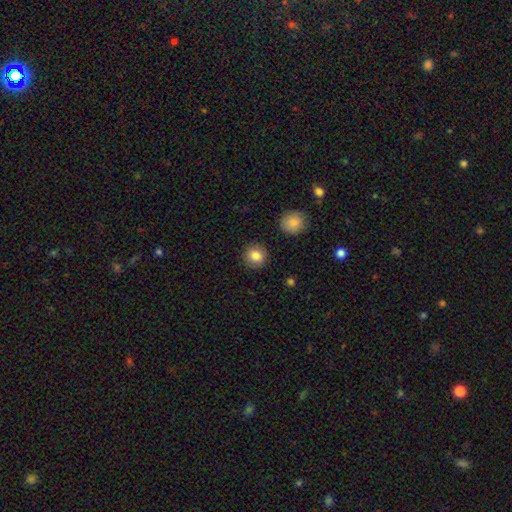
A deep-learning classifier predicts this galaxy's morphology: This appears to be a smooth galaxy with no disk features (84%) that is round (91%). Merging: none (91%).